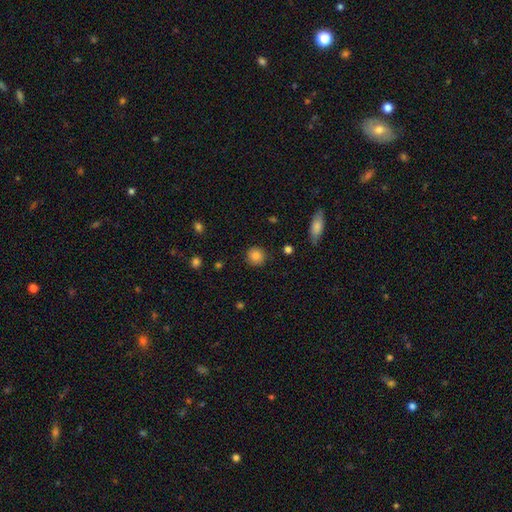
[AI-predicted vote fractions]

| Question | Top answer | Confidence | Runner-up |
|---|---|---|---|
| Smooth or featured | smooth | 85% | star or artifact (9%) |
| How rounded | round | 91% | in between (8%) |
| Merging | none | 88% | minor disturbance (8%) |